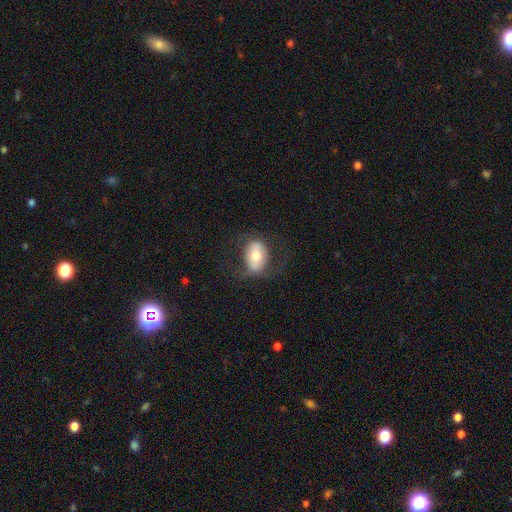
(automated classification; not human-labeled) smooth 58%, featured or disk 35%, star or artifact 7%. Down the decision tree: how rounded — in between (76%); merging — none (66%).